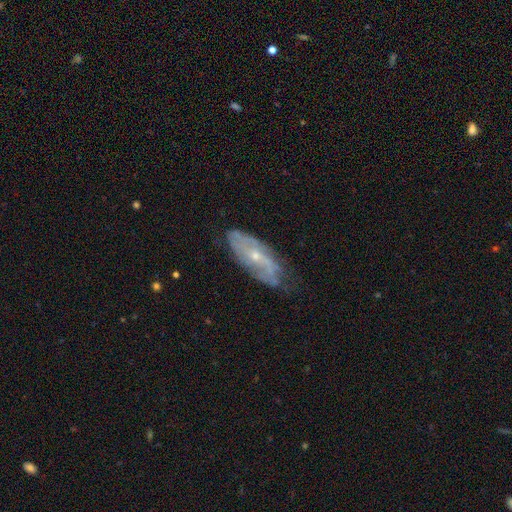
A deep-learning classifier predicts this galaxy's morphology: featured or disk 74%, smooth 19%, star or artifact 7%. Down the decision tree: edge-on disk — no (84%); bar — no (62%); spiral arms — yes (80%); bulge size — small (66%); merging — none (66%).